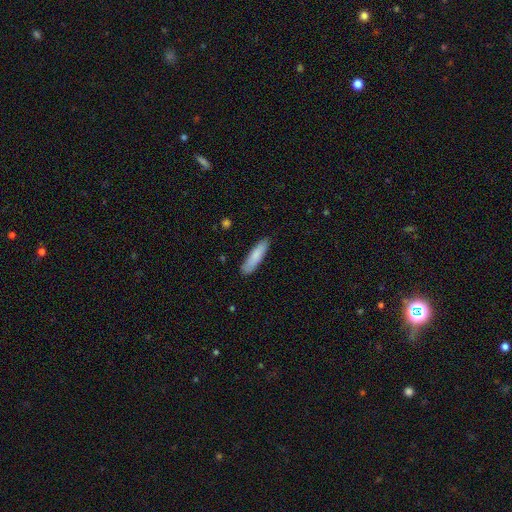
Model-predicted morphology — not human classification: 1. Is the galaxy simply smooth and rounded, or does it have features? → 83% smooth, 12% featured or disk, 5% star or artifact.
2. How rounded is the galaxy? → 76% cigar-shaped, 23% in between, 1% round.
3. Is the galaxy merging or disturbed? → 86% none, 11% minor disturbance, 2% major disturbance, 1% merger.